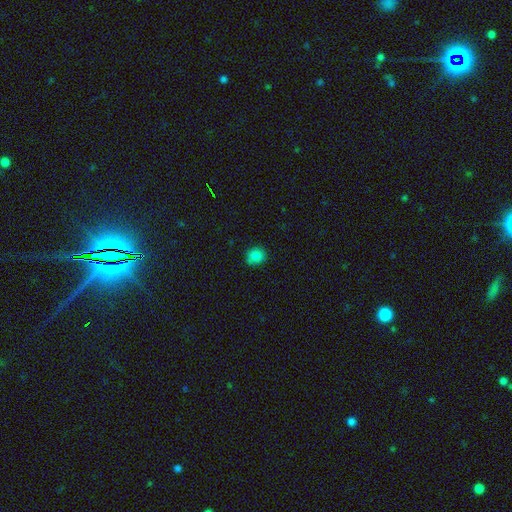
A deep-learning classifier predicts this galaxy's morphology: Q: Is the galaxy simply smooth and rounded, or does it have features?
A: smooth — 84%.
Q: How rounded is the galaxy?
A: round — 79%.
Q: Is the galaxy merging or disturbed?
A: none — 86%.